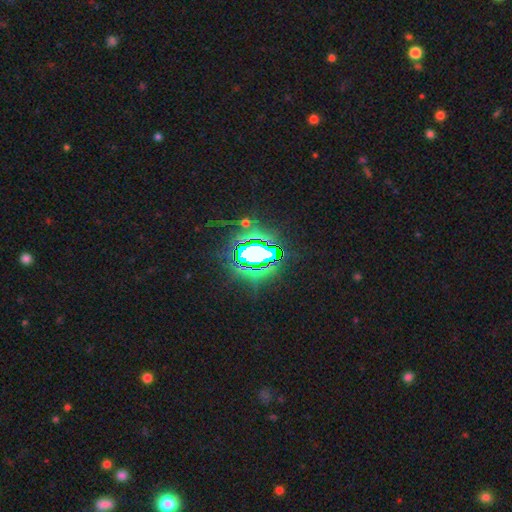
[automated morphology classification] Q: Smooth or featured?
A: star or artifact (71%); runner-up: smooth (15%)